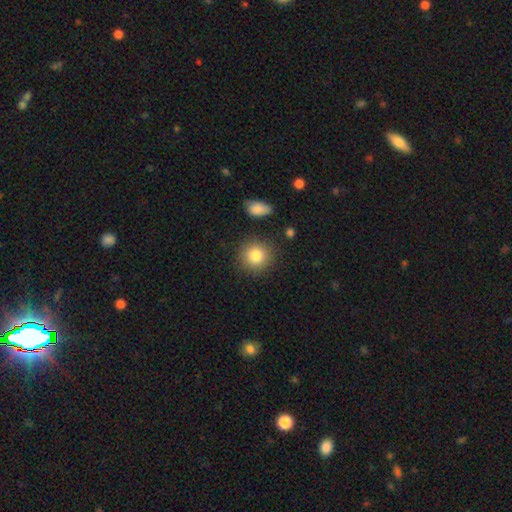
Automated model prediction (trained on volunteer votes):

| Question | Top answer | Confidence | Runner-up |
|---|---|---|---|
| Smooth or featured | smooth | 83% | star or artifact (9%) |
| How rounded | round | 89% | in between (10%) |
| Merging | none | 86% | minor disturbance (8%) |